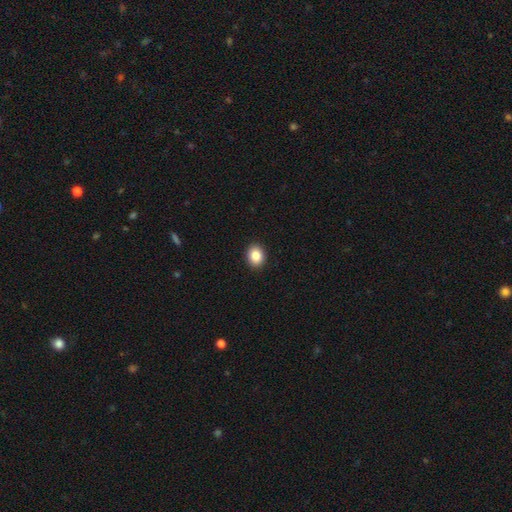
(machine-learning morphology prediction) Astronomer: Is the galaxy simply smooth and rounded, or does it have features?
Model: smooth — 85%.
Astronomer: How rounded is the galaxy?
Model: round — 54% (runner-up: in between, 45%).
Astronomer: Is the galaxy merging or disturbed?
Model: none — 92%.